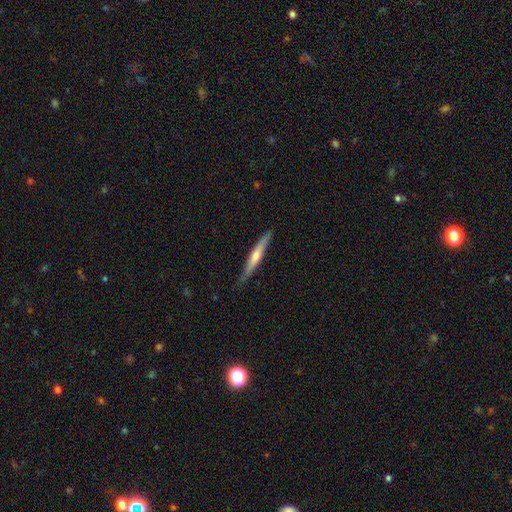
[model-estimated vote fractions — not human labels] smooth-or-featured: featured or disk: 59% | smooth: 36% | star or artifact: 5%
  disk-edge-on: yes: 96% | no: 4%
    edge-on-bulge: rounded: 74% | none: 19% | boxy: 7%
  merging: none: 83% | minor disturbance: 13% | major disturbance: 2% | merger: 1%